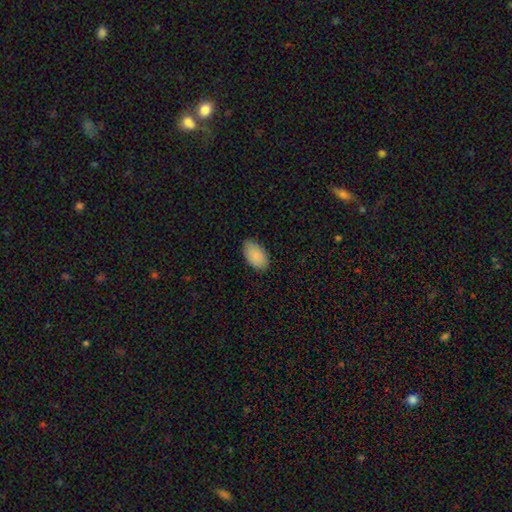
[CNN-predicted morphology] A smooth galaxy with no disk features (88%) that is in between round and cigar-shaped (94%). Merging: none (81%).